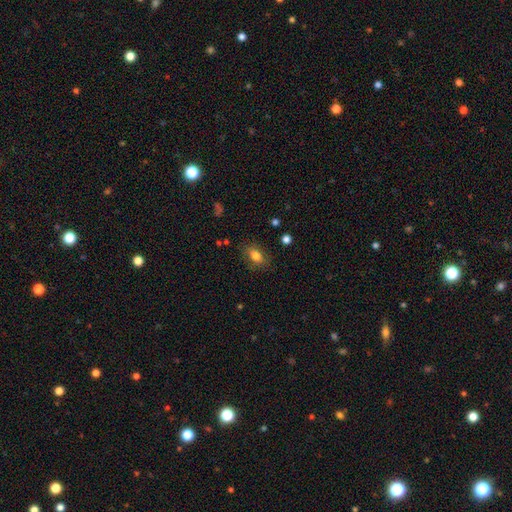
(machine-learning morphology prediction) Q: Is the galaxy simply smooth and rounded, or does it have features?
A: smooth — 81%.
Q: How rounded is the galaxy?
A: in between — 83%.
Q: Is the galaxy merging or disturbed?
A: none — 82%.